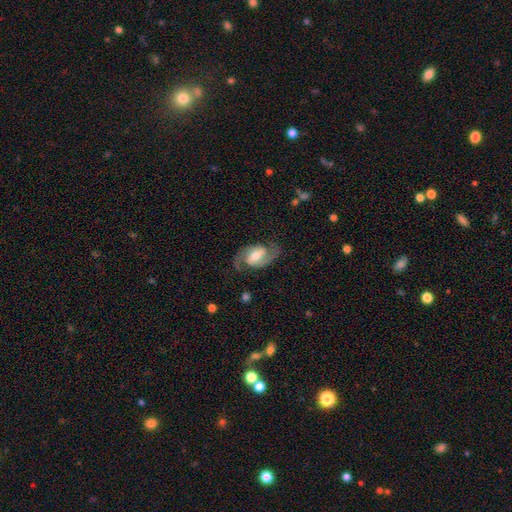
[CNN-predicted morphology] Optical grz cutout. It shows a featured or disk galaxy (88%) with a weak bar (48%), 2 (93%) medium (57%) spiral arms (96%) and a moderate central bulge (65%). Merging: none (80%).